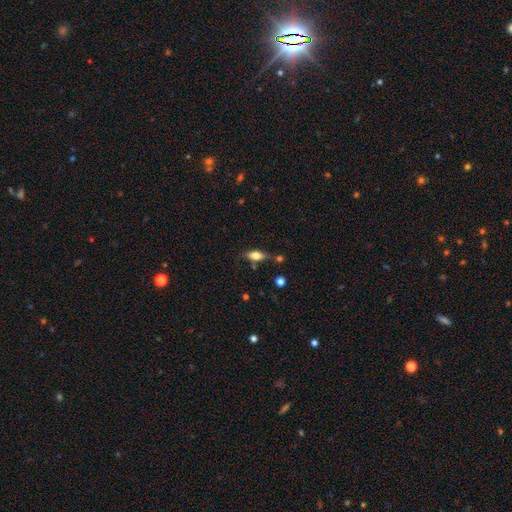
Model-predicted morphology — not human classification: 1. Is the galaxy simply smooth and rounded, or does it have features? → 72% smooth, 20% featured or disk, 9% star or artifact.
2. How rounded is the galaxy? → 80% in between, 15% cigar-shaped, 5% round.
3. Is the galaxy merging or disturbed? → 65% none, 21% minor disturbance, 8% merger, 6% major disturbance.